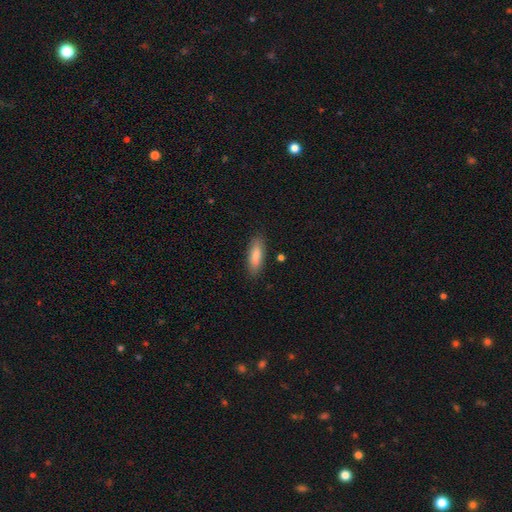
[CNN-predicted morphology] Smooth or featured? Predicted: smooth (p=0.85). How rounded? Predicted: in between (p=0.53). Merging? Predicted: none (p=0.86).